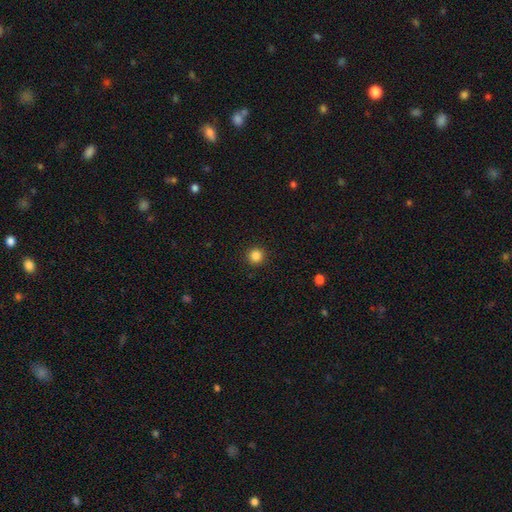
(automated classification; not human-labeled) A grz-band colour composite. It shows a smooth galaxy with no disk features (84%) that is round (95%). Merging: none (93%).